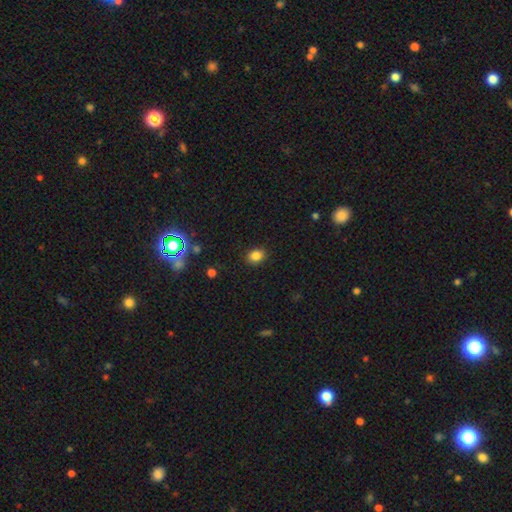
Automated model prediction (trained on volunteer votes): smooth_or_featured: smooth (p=0.83) [alt: star or artifact p=0.12]
how_rounded: in between (p=0.52) [alt: round p=0.47]
merging: none (p=0.88) [alt: minor disturbance p=0.09]